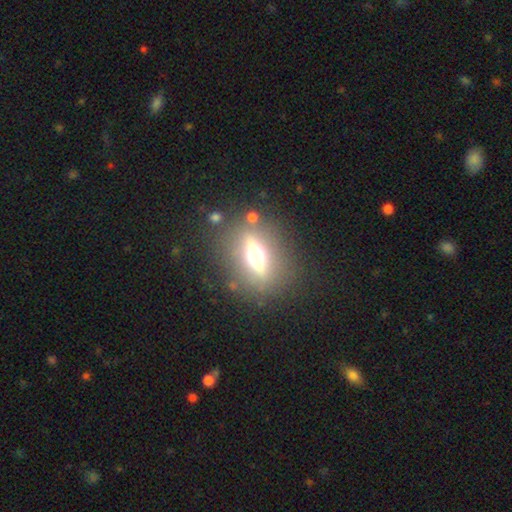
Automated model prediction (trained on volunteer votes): Morphology: type=featured or disk (57%); edge-on=yes (74%); merging=none (81%).